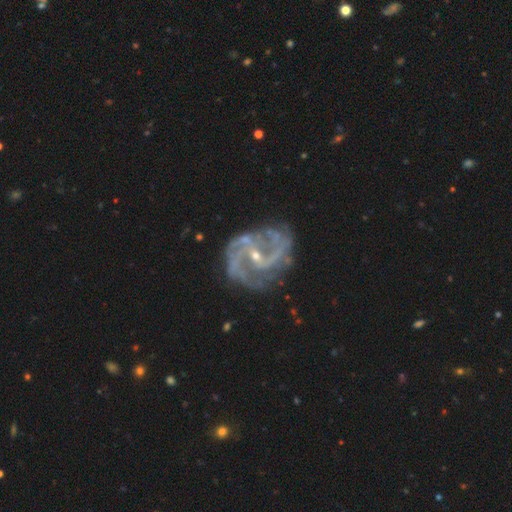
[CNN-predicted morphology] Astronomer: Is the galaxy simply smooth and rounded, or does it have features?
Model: featured or disk — 90%.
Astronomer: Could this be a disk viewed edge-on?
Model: no — 98%.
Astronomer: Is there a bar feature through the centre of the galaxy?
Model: weak — 44% (runner-up: no, 34%).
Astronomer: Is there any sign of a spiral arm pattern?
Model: yes — 97%.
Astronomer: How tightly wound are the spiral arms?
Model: medium — 52%.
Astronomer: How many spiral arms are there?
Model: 2 — 60%.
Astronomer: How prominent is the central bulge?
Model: small — 75%.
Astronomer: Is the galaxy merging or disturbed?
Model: none — 67%.